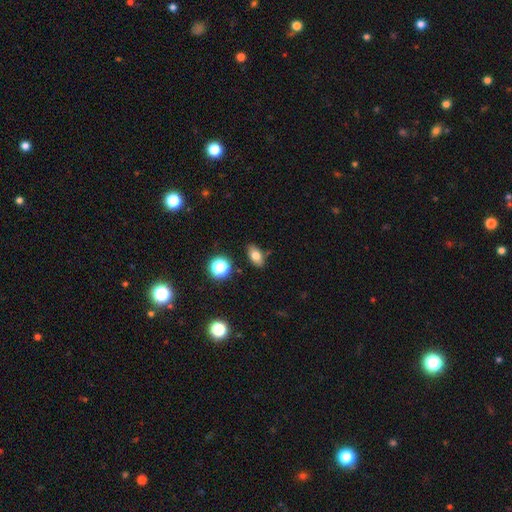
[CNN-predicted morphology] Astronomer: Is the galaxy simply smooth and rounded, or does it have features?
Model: smooth — 75%.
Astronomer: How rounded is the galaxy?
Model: in between — 84%.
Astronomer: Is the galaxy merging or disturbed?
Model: none — 84%.